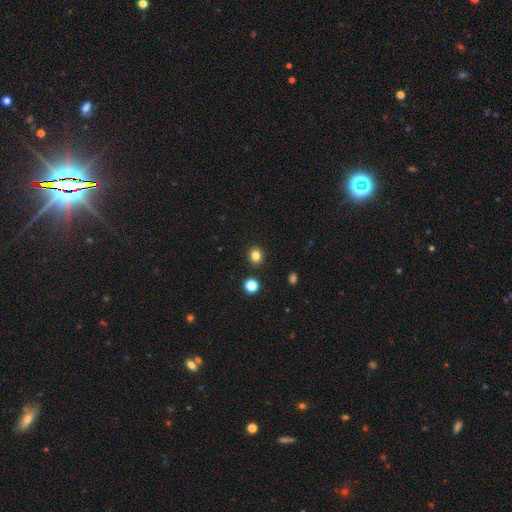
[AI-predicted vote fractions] smooth-or-featured: smooth: 82% | star or artifact: 13% | featured or disk: 5%
  how-rounded: round: 84% | in between: 15% | cigar-shaped: 1%
  merging: none: 91% | minor disturbance: 5% | merger: 2% | major disturbance: 2%